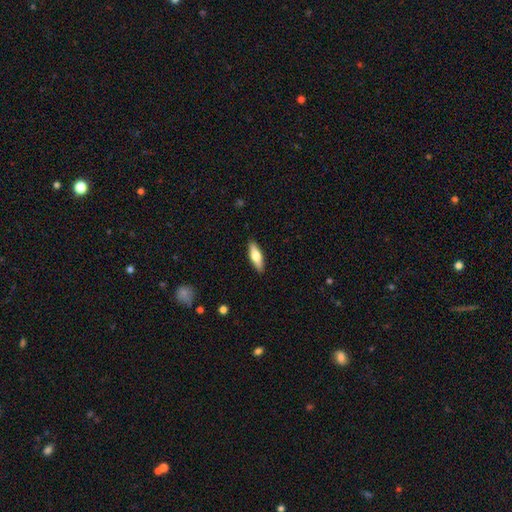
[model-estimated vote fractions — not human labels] Smooth or featured? smooth (60%)
How rounded? cigar-shaped (51%)
Merging? none (90%)